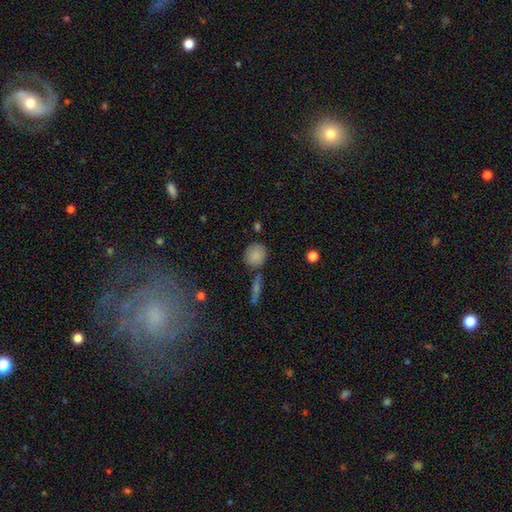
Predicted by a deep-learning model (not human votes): Overall: smooth (84%). How rounded: round (81%). Merging: none (75%).